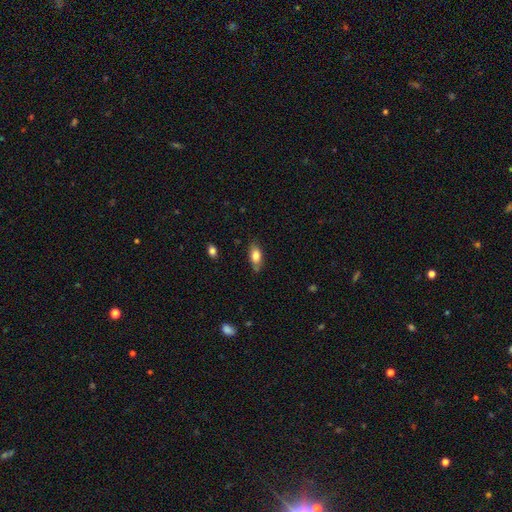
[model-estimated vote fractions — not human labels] Morphology: type=smooth (80%); roundness=in between (86%); merging=none (71%).